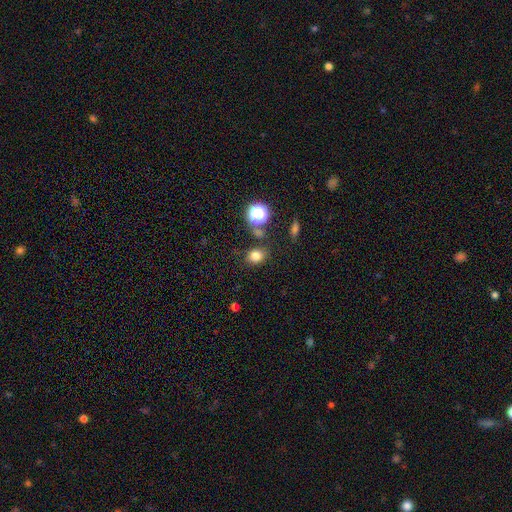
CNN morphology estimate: Smooth or featured?
  - smooth: 78% *
  - star or artifact: 16%
  - featured or disk: 7%
How rounded?
  - round: 57% *
  - in between: 42%
  - cigar-shaped: 1%
Merging?
  - none: 77% *
  - minor disturbance: 13%
  - merger: 6%
  - major disturbance: 4%